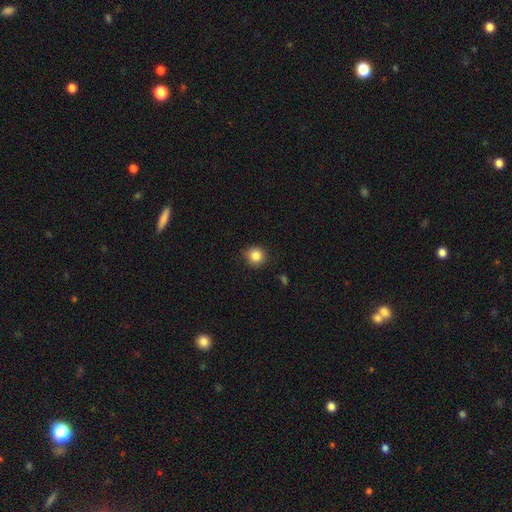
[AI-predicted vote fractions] Q: Smooth or featured?
A: smooth (85%); runner-up: star or artifact (10%)
Q: How rounded?
A: round (91%); runner-up: in between (9%)
Q: Merging?
A: none (88%); runner-up: minor disturbance (9%)